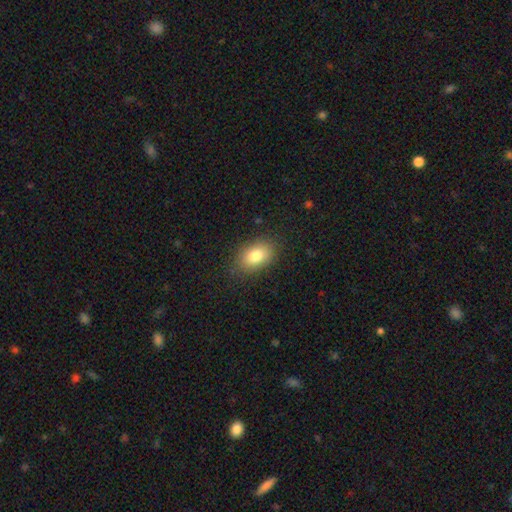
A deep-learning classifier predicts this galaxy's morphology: A smooth galaxy with no disk features (80%) that is in between round and cigar-shaped (85%). Merging: none (84%).